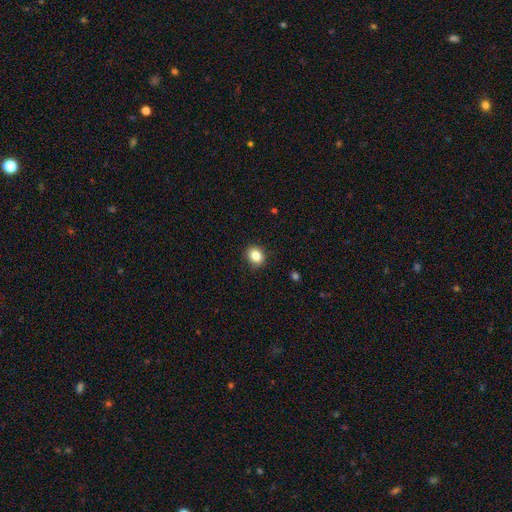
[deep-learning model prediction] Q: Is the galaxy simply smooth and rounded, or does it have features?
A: smooth — 85%.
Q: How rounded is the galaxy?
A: round — 61%.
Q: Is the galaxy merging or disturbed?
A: none — 88%.